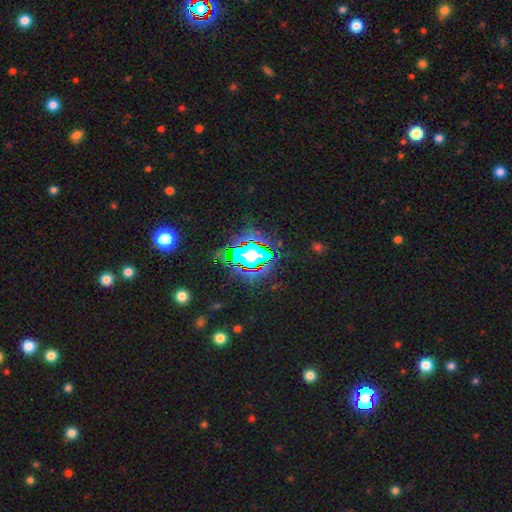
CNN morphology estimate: The model was most divided on "smooth or featured": star or artifact: 75%, smooth: 14%, featured or disk: 11%.